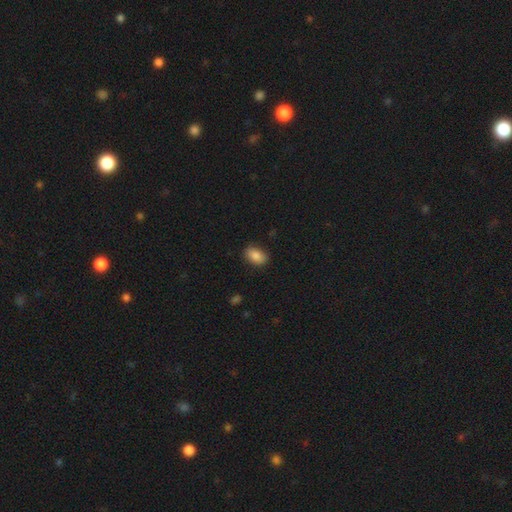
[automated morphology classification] smooth 87%, star or artifact 8%, featured or disk 6%. Down the decision tree: how rounded — in between (86%); merging — none (85%).